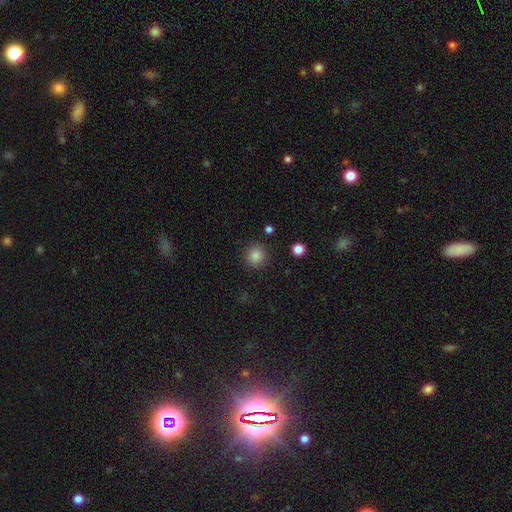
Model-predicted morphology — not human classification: Smooth or featured? smooth (86%)
How rounded? round (92%)
Merging? none (89%)